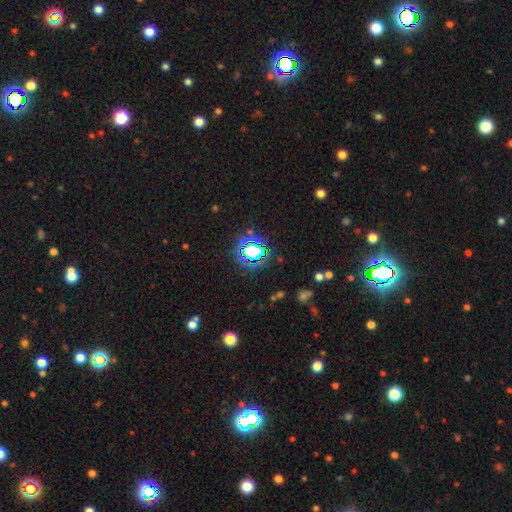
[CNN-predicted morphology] This is likely a star or artifact rather than a galaxy (70%).